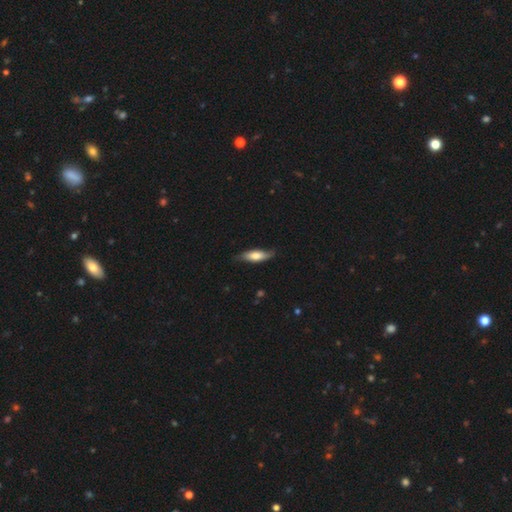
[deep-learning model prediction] smooth 64%, featured or disk 31%, star or artifact 6%. Down the decision tree: how rounded — in between (54%); merging — none (71%).